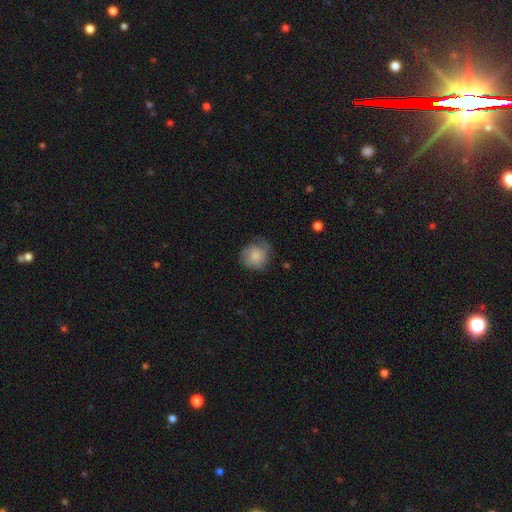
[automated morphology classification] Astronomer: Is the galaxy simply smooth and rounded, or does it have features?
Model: smooth — 72%.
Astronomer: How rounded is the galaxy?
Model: round — 83%.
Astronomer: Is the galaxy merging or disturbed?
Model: none — 63%.